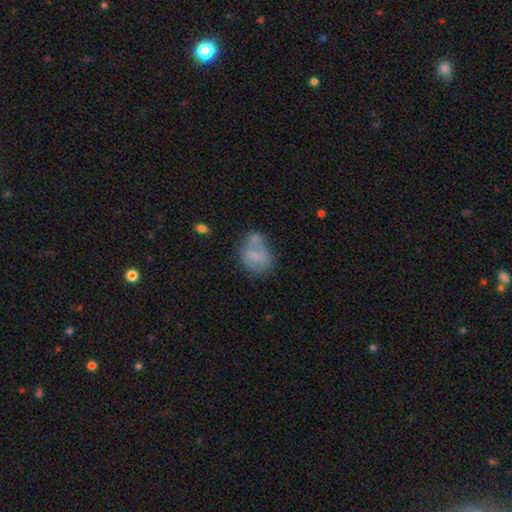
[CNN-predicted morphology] Smooth or featured: smooth — 68% (featured or disk — 23%)
How rounded: in between — 53% (round — 45%)
Merging: none — 36% (merger — 35%)